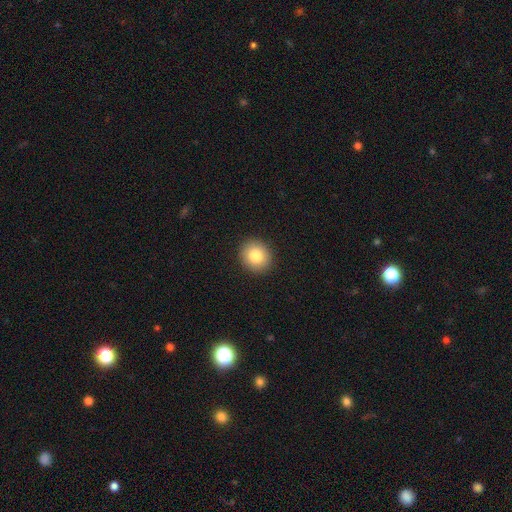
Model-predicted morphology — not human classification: Q: Smooth or featured?
A: smooth (83%); runner-up: featured or disk (8%)
Q: How rounded?
A: round (83%); runner-up: in between (16%)
Q: Merging?
A: none (92%); runner-up: minor disturbance (6%)